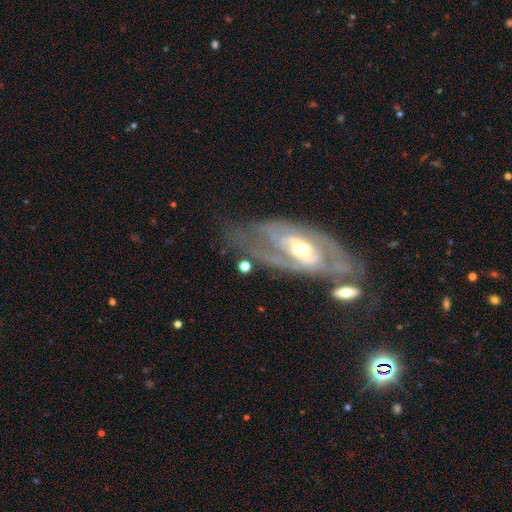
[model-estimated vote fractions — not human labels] A featured or disk galaxy (85%) with a weak bar (38%), 2 (63%) tight (48%) spiral arms (87%) and a moderate central bulge (59%). Merging: none (64%).